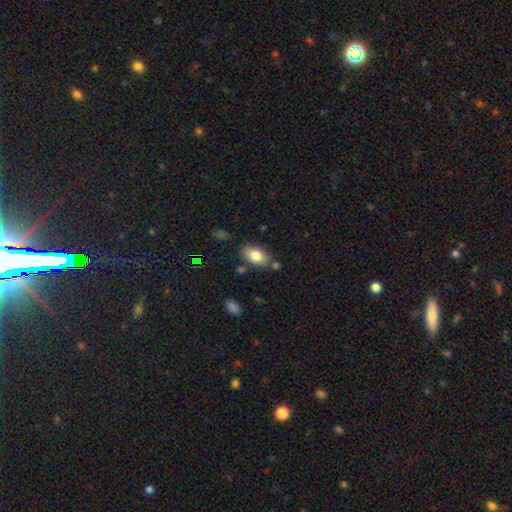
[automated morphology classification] Smooth or featured? Predicted: smooth (p=0.80). How rounded? Predicted: in between (p=0.89). Merging? Predicted: none (p=0.75).